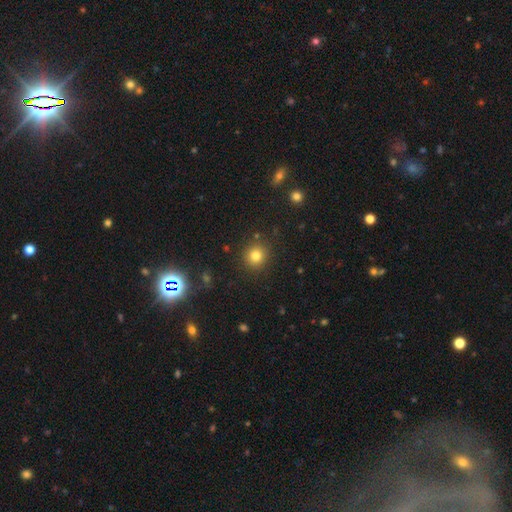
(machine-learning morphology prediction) A smooth galaxy with no disk features (80%) that is round (91%).

Vote fractions:
- Smooth or featured? smooth: 80% / star or artifact: 14% / featured or disk: 6%
- How rounded? round: 91% / in between: 9% / cigar-shaped: 1%
- Merging? none: 88% / minor disturbance: 7% / major disturbance: 3% / merger: 2%